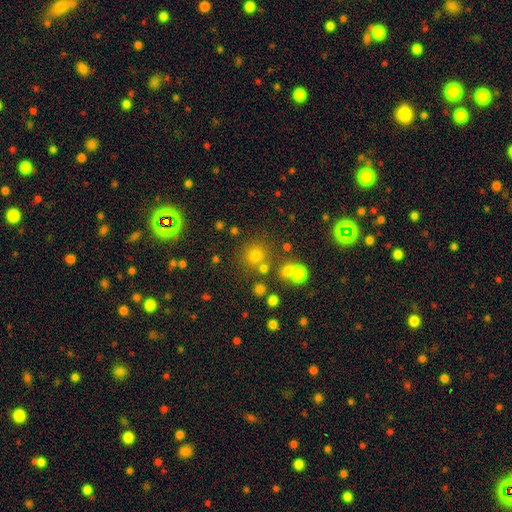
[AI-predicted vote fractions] Smooth or featured? Predicted: smooth (p=0.70). How rounded? Predicted: round (p=0.90). Merging? Predicted: none (p=0.74).